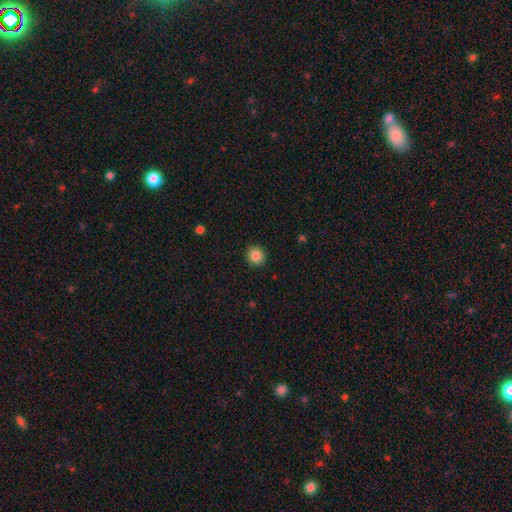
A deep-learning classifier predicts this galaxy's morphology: smooth_or_featured: smooth (p=0.86) [alt: star or artifact p=0.10]
how_rounded: round (p=0.90) [alt: in between p=0.09]
merging: none (p=0.91) [alt: minor disturbance p=0.06]